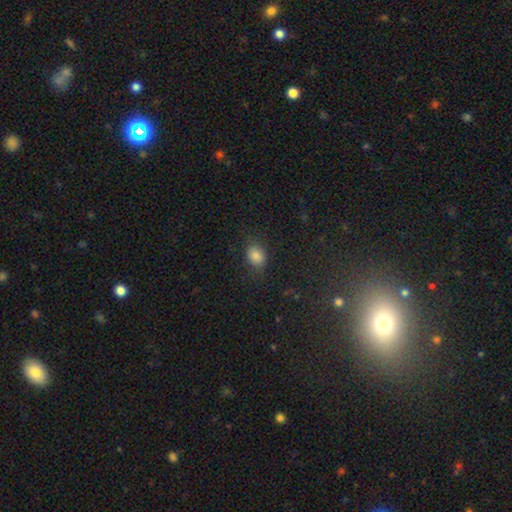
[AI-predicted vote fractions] smooth-or-featured: smooth: 82% | star or artifact: 12% | featured or disk: 6%
  how-rounded: in between: 65% | round: 34% | cigar-shaped: 1%
  merging: none: 77% | minor disturbance: 16% | major disturbance: 6% | merger: 1%